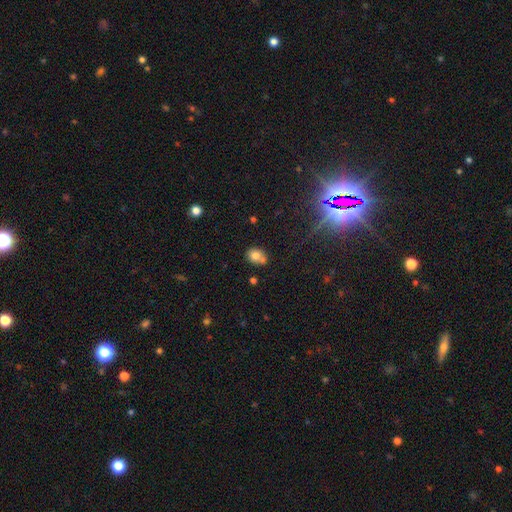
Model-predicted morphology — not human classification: The model was most divided on "how rounded": round: 54%, in between: 45%, cigar-shaped: 1%. More confident: smooth or featured — smooth (74%); merging — none (54%).